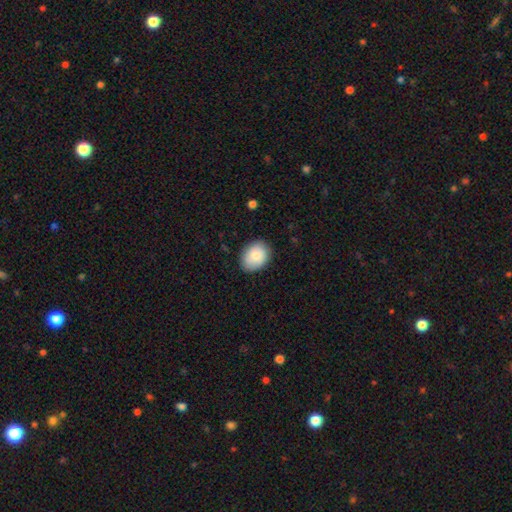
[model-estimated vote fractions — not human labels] This is clearly a smooth galaxy (82%). How rounded: likely in between (67%). Merging: clearly none (83%).